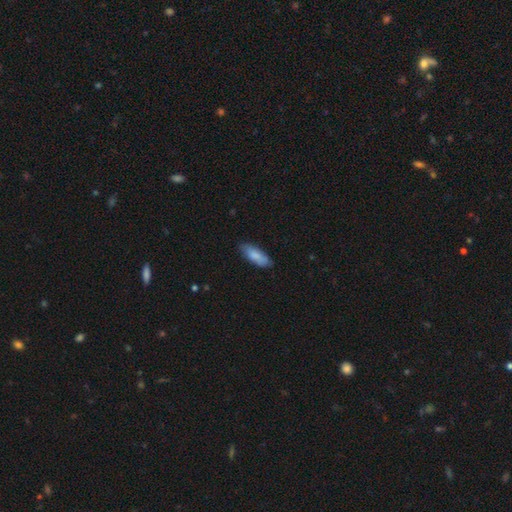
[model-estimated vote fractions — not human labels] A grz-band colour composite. It shows a smooth galaxy with no disk features (83%) that is in between round and cigar-shaped (67%). Merging: none (81%).